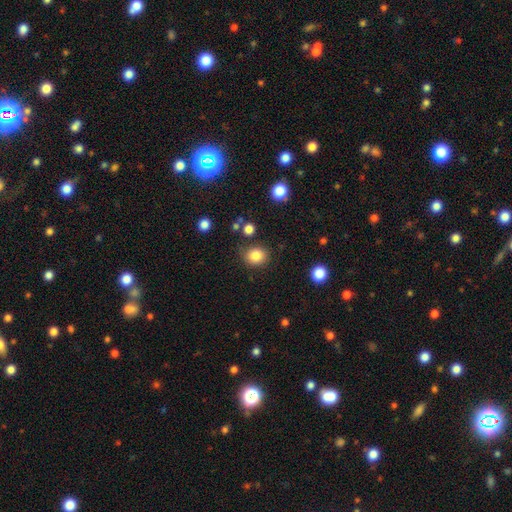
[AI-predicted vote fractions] Smooth or featured? smooth (84%)
How rounded? round (74%)
Merging? none (81%)